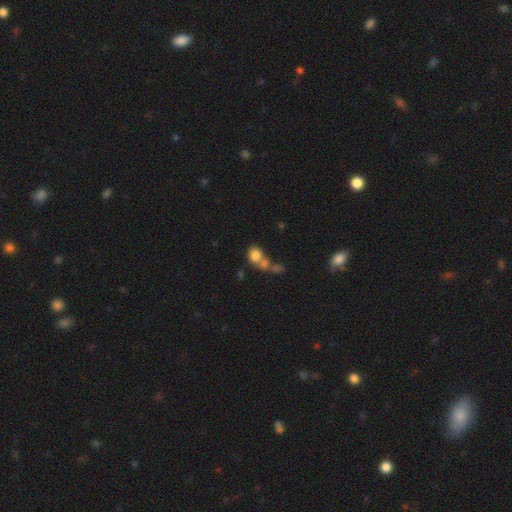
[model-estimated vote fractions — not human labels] A smooth galaxy with no disk features (77%) that is round (70%).

Vote fractions:
- Smooth or featured? smooth: 77% / featured or disk: 12% / star or artifact: 10%
- How rounded? round: 70% / in between: 28% / cigar-shaped: 2%
- Merging? merger: 56% / none: 30% / minor disturbance: 8% / major disturbance: 6%